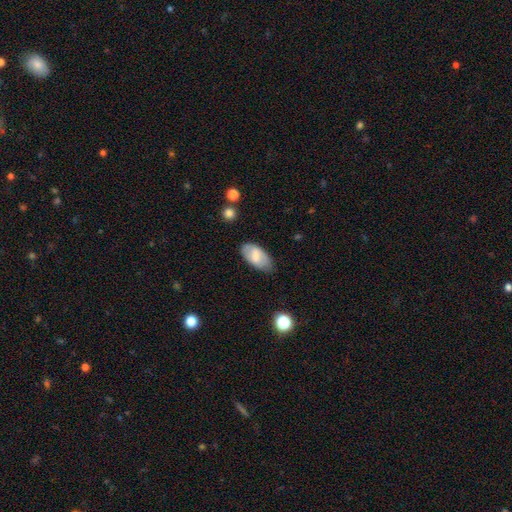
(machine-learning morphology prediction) This is likely a smooth galaxy (67%). How rounded: clearly in between (93%). Merging: likely none (77%).